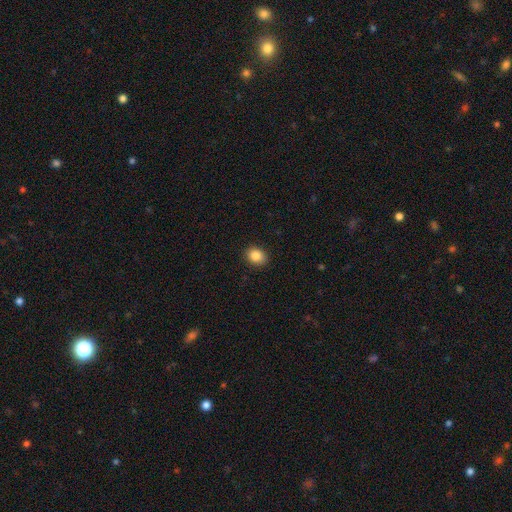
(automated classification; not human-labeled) Morphology: type=smooth (86%); roundness=in between (51%); merging=none (90%).